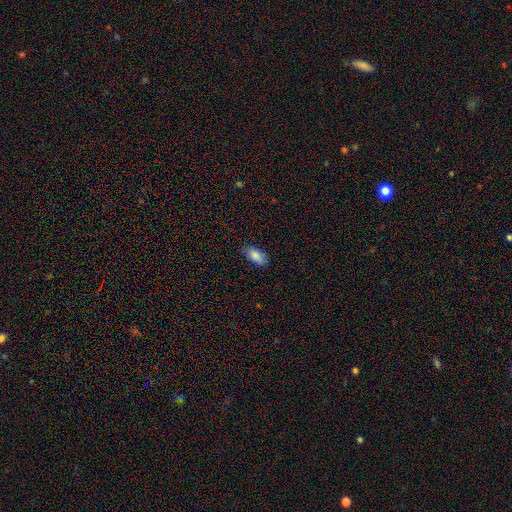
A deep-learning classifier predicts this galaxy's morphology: This appears to be a smooth galaxy with no disk features (84%) that is in between round and cigar-shaped (91%). Merging: none (79%).